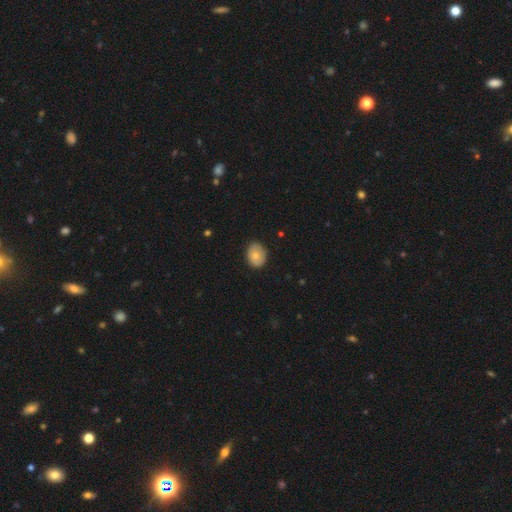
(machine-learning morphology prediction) A smooth galaxy with no disk features (71%) that is in between round and cigar-shaped (62%).

Vote fractions:
- Smooth or featured? smooth: 71% / featured or disk: 22% / star or artifact: 7%
- How rounded? in between: 62% / round: 37% / cigar-shaped: 1%
- Merging? none: 83% / minor disturbance: 14% / major disturbance: 2% / merger: 1%